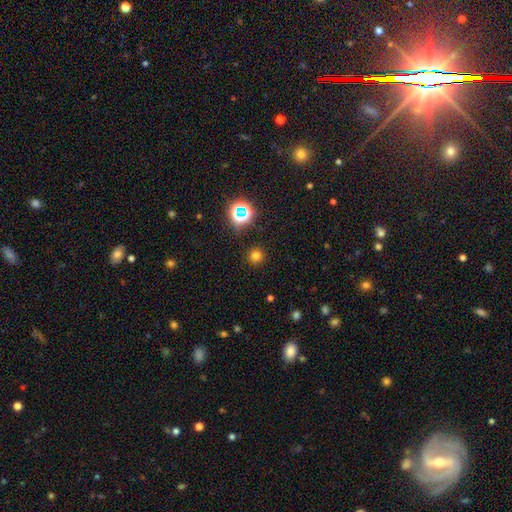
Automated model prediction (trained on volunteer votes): A smooth galaxy with no disk features (72%) that is round (95%). Merging: none (90%).